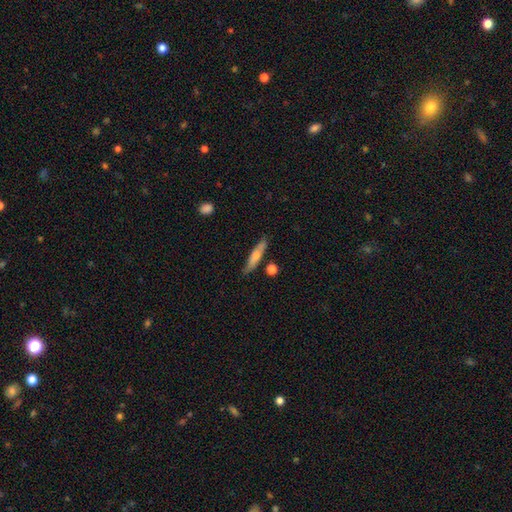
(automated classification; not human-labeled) Smooth or featured? smooth (49%)
Merging? none (83%)